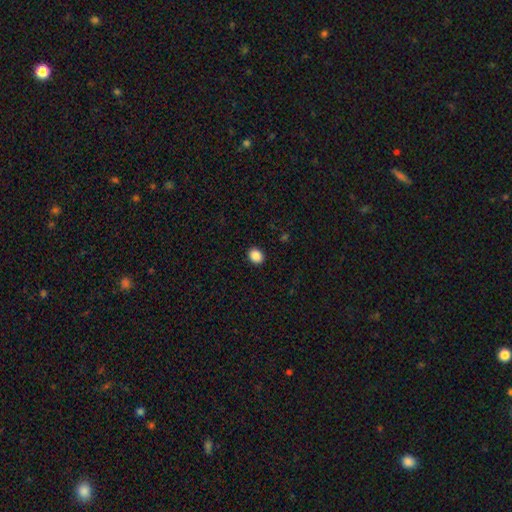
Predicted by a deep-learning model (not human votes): A smooth galaxy with no disk features (88%) that is round (56%). Merging: none (91%).